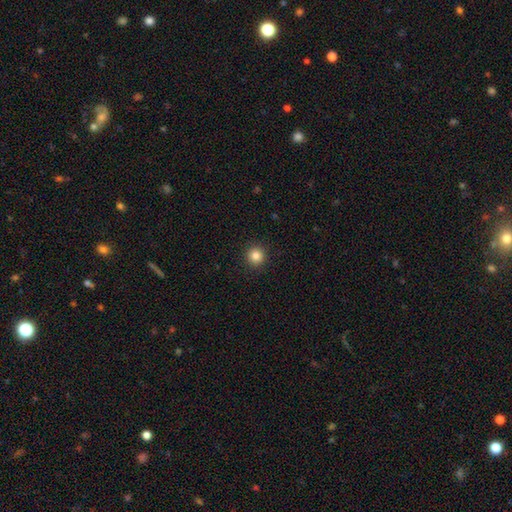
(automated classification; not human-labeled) Morphology: type=smooth (84%); roundness=round (95%); merging=none (92%).